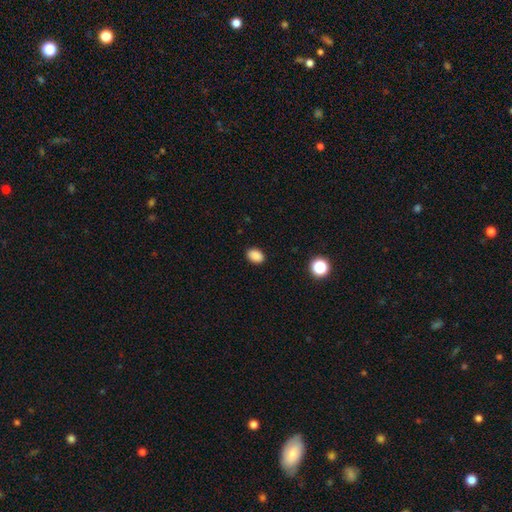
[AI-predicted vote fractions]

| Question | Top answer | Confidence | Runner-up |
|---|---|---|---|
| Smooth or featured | smooth | 87% | star or artifact (10%) |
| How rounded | in between | 76% | round (23%) |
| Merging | none | 89% | minor disturbance (8%) |